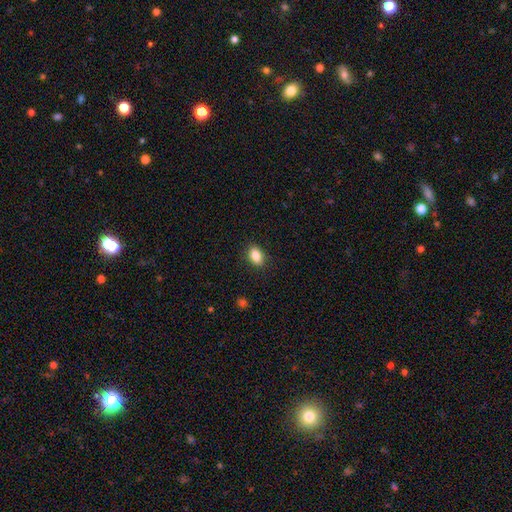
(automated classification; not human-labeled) Overall: smooth (85%). How rounded: in between (84%). Merging: none (88%).